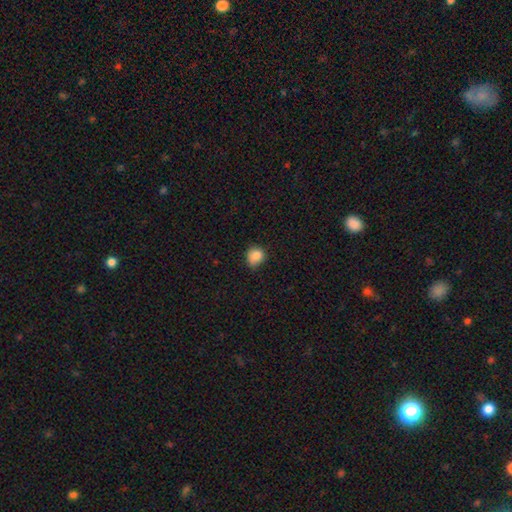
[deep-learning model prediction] Smooth or featured? Predicted: smooth (p=0.84). How rounded? Predicted: round (p=0.77). Merging? Predicted: none (p=0.60).